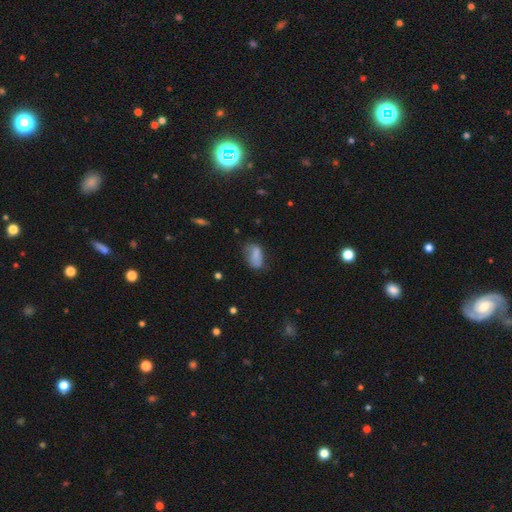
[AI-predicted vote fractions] Morphology: type=smooth (76%); roundness=in between (89%); merging=none (49%).